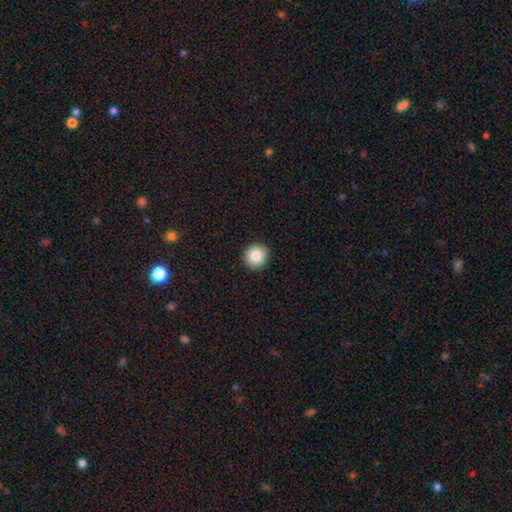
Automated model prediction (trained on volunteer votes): Smooth or featured?
  - smooth: 85% *
  - star or artifact: 9%
  - featured or disk: 6%
How rounded?
  - round: 93% *
  - in between: 6%
  - cigar-shaped: 1%
Merging?
  - none: 93% *
  - minor disturbance: 5%
  - major disturbance: 1%
  - merger: 1%